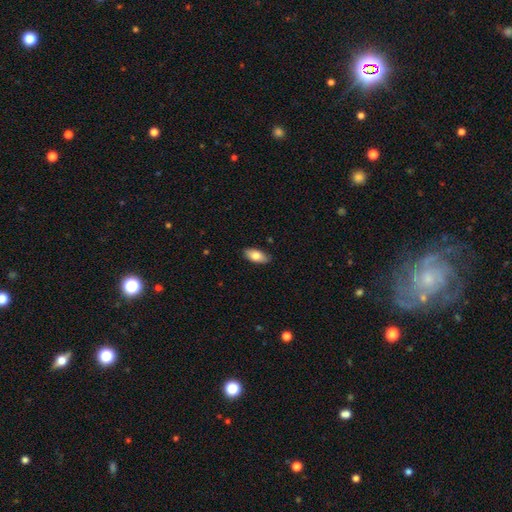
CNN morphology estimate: Smooth or featured? Predicted: smooth (p=0.78). How rounded? Predicted: in between (p=0.89). Merging? Predicted: none (p=0.86).